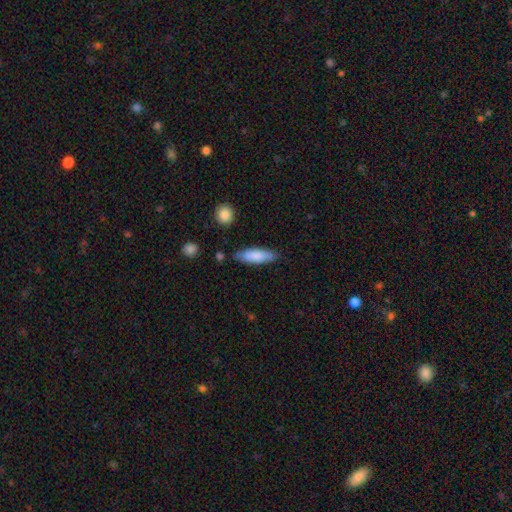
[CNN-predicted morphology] Q: Smooth or featured?
A: smooth (79%); runner-up: featured or disk (15%)
Q: How rounded?
A: in between (53%); runner-up: cigar-shaped (45%)
Q: Merging?
A: none (77%); runner-up: minor disturbance (17%)